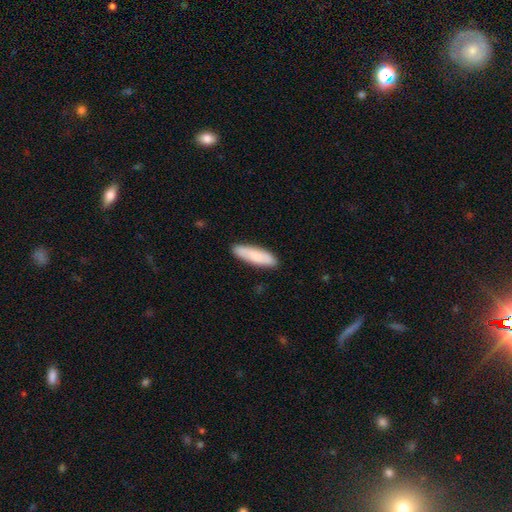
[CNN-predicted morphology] This is clearly a smooth galaxy (82%). How rounded: likely cigar-shaped (66%). Merging: clearly none (87%).